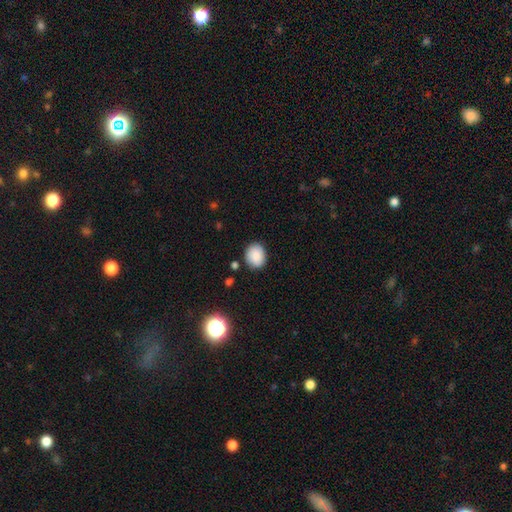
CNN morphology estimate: This is clearly a smooth galaxy (86%). How rounded: possibly round (58%). Merging: clearly none (83%).